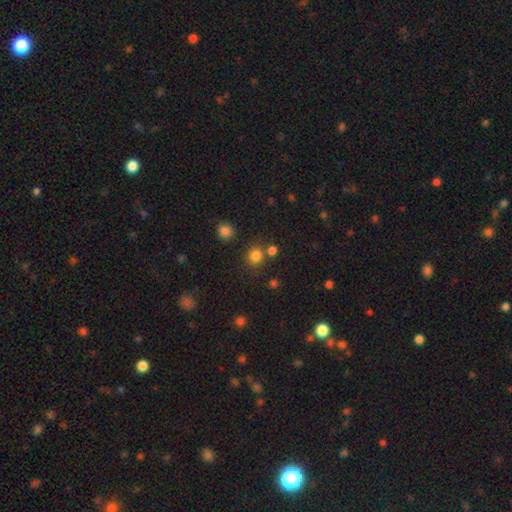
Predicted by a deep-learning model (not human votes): This is clearly a smooth galaxy (81%). How rounded: clearly round (82%). Merging: likely none (75%).